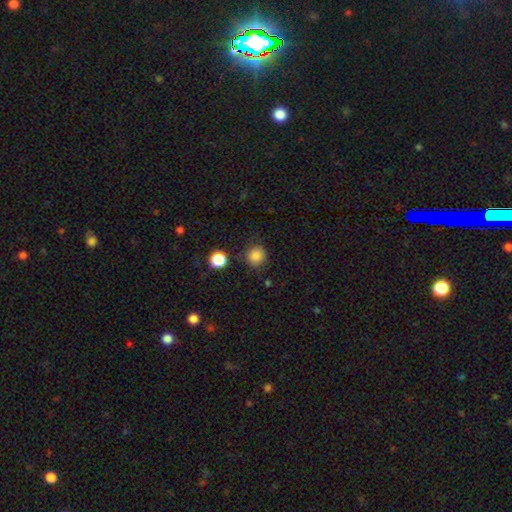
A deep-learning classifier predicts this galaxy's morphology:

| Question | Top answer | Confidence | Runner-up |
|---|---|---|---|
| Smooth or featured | smooth | 84% | star or artifact (12%) |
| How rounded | round | 91% | in between (8%) |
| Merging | none | 85% | minor disturbance (9%) |